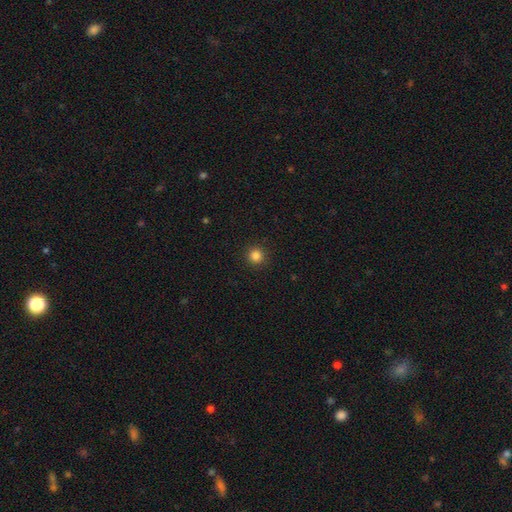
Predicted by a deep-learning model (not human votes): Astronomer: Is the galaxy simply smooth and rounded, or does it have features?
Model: smooth — 84%.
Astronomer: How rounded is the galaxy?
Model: round — 95%.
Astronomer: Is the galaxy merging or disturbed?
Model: none — 92%.